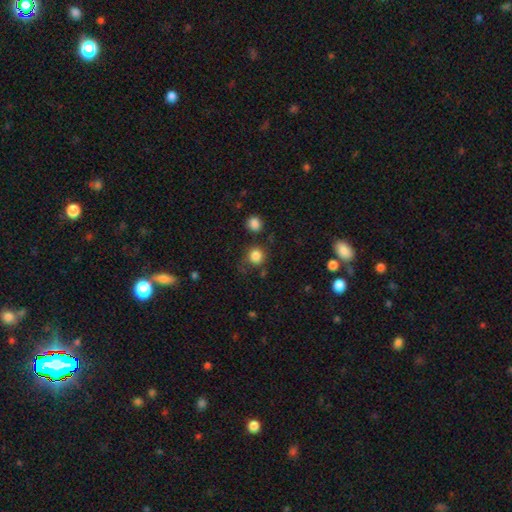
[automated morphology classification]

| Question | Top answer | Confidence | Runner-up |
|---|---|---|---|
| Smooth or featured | smooth | 84% | star or artifact (11%) |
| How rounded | round | 89% | in between (10%) |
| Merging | none | 74% | minor disturbance (14%) |